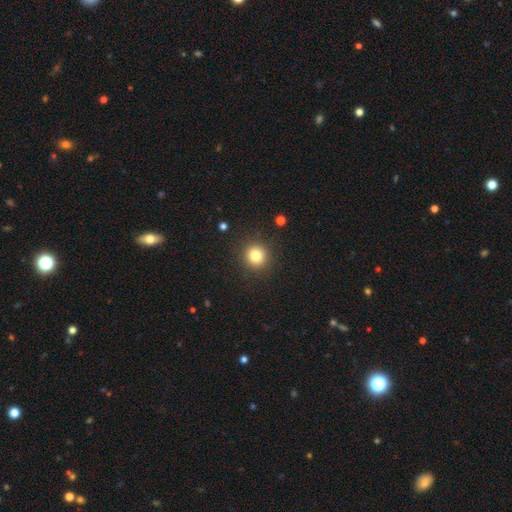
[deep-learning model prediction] smooth_or_featured: smooth (p=0.81) [alt: star or artifact p=0.12]
how_rounded: round (p=0.93) [alt: in between p=0.06]
merging: none (p=0.90) [alt: minor disturbance p=0.06]